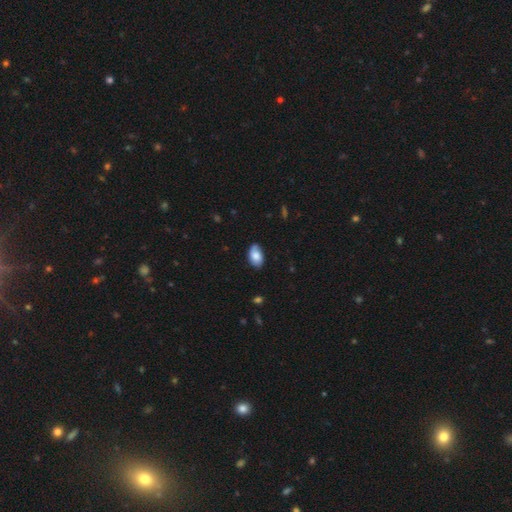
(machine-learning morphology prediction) Overall: smooth (72%). How rounded: in between (92%). Merging: none (74%).